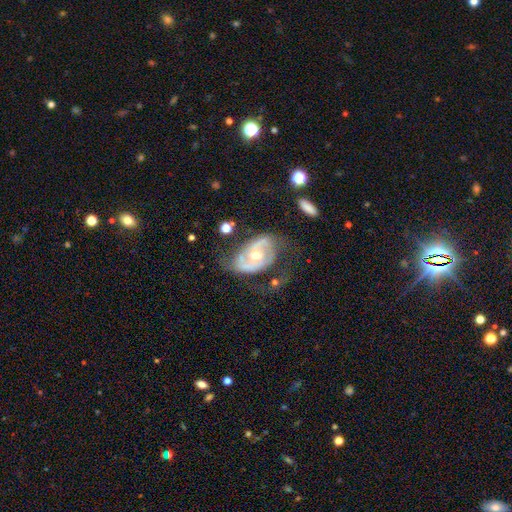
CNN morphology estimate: type=featured or disk (81%); edge-on=no (95%); bar=no (54%); spiral arms=yes (82%); winding=medium (42%); arm count=2 (73%); bulge=moderate (67%); merging=none (45%).